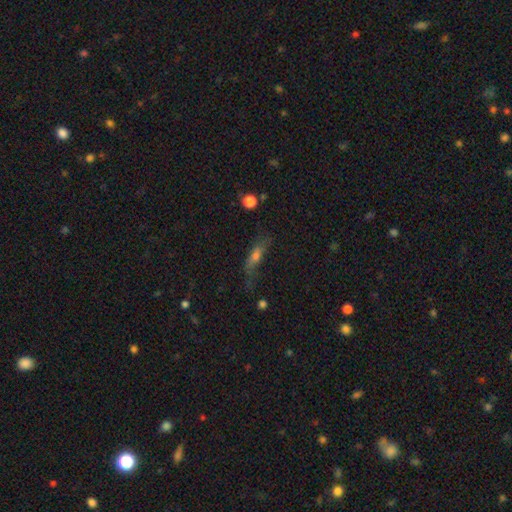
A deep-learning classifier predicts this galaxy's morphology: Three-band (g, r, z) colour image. It shows a smooth galaxy with no disk features (52%) that is cigar-shaped (58%). Merging: none (55%).